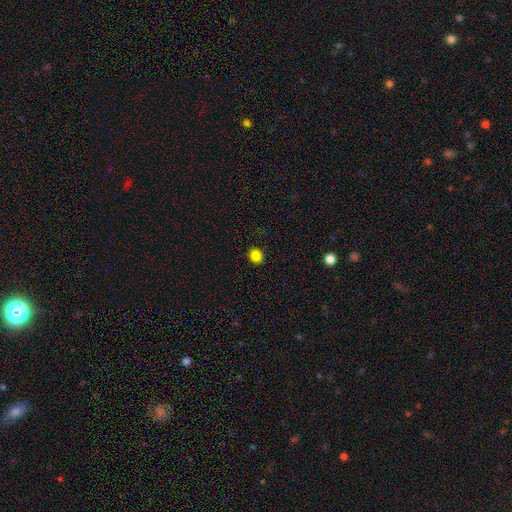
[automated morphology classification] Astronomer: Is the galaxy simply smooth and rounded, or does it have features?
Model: smooth — 85%.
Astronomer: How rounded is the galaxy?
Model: round — 77%.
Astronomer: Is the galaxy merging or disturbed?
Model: none — 89%.